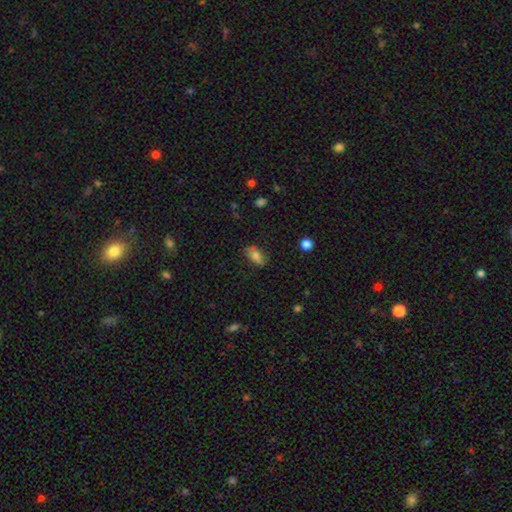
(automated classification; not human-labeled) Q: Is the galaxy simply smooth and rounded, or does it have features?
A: smooth — 73%.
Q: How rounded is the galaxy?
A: in between — 87%.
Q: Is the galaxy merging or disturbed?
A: none — 76%.